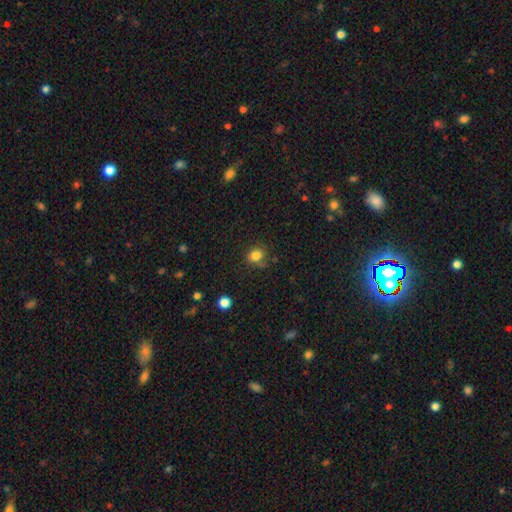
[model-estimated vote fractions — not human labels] Morphology: type=smooth (82%); roundness=round (73%); merging=none (77%).